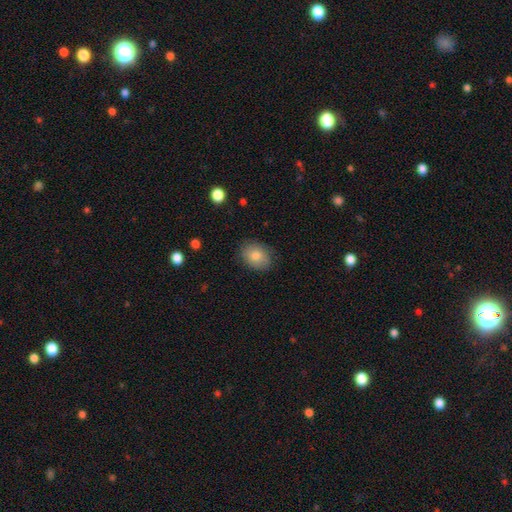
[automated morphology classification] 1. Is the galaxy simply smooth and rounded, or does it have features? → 80% smooth, 11% featured or disk, 9% star or artifact.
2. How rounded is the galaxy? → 63% in between, 36% round, 1% cigar-shaped.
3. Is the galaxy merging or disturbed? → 85% none, 12% minor disturbance, 3% major disturbance, 1% merger.